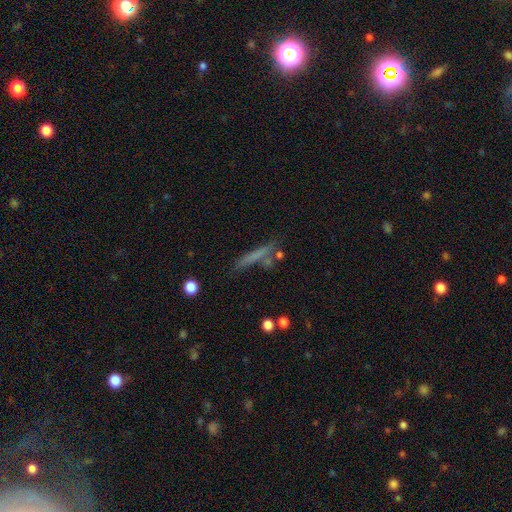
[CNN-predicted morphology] Smooth or featured?
  - smooth: 59% *
  - featured or disk: 30%
  - star or artifact: 11%
How rounded?
  - cigar-shaped: 91% *
  - in between: 7%
  - round: 3%
Merging?
  - none: 69% *
  - minor disturbance: 16%
  - merger: 9%
  - major disturbance: 6%